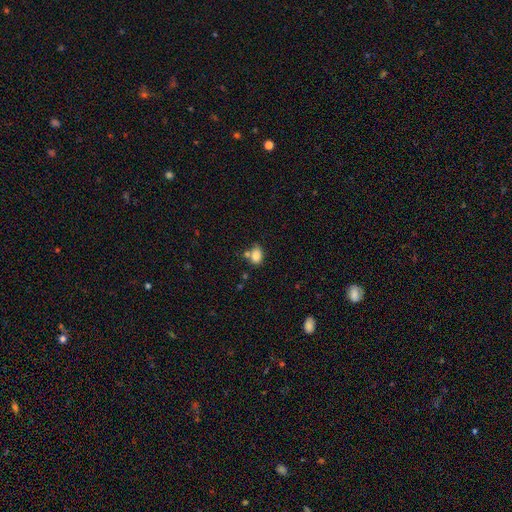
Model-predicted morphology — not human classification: This is clearly a smooth galaxy (83%). How rounded: likely in between (80%). Merging: possibly none (52%).